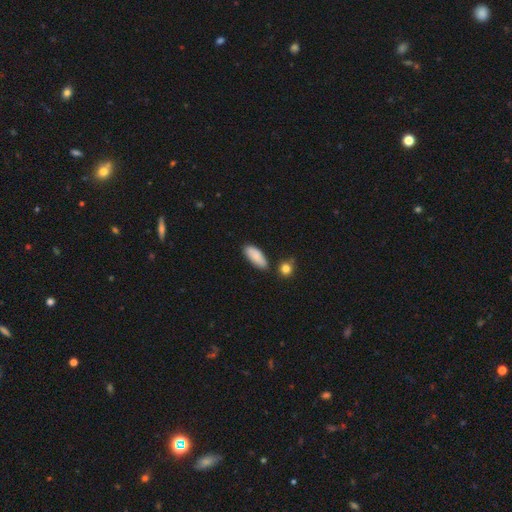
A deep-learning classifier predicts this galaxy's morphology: smooth_or_featured: smooth (p=0.87) [alt: featured or disk p=0.07]
how_rounded: in between (p=0.80) [alt: cigar-shaped p=0.18]
merging: none (p=0.78) [alt: minor disturbance p=0.14]